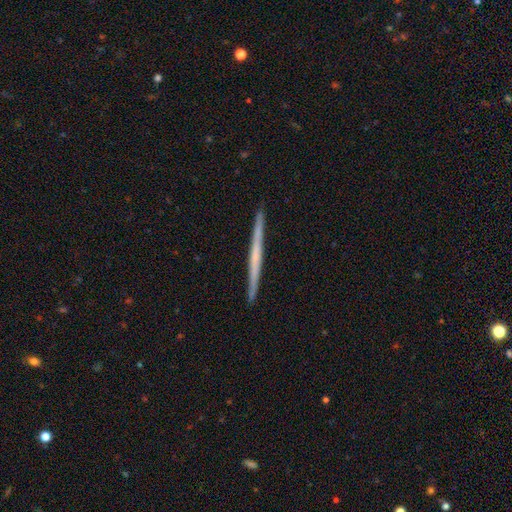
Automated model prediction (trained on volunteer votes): featured or disk 61%, smooth 34%, star or artifact 5%. Down the decision tree: edge-on disk — yes (98%); edge-on bulge — none (83%); merging — none (93%).